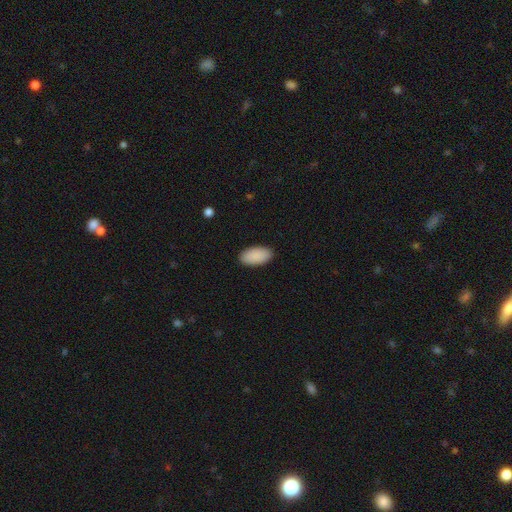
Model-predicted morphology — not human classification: A smooth galaxy with no disk features (91%) that is in between round and cigar-shaped (95%).

Vote fractions:
- Smooth or featured? smooth: 91% / star or artifact: 6% / featured or disk: 4%
- How rounded? in between: 95% / cigar-shaped: 2% / round: 2%
- Merging? none: 90% / minor disturbance: 8% / major disturbance: 2% / merger: 1%